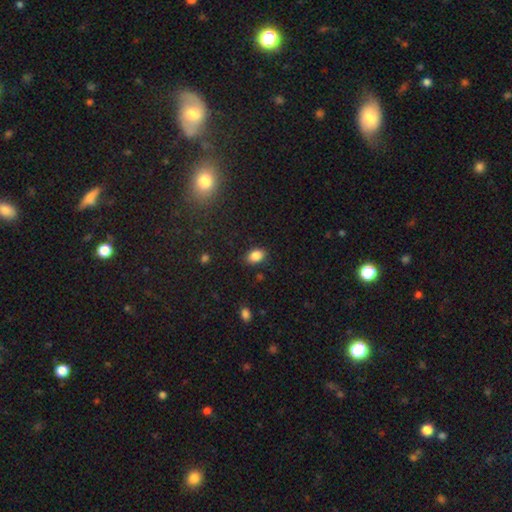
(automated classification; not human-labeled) smooth_or_featured: smooth (p=0.86) [alt: star or artifact p=0.09]
how_rounded: in between (p=0.83) [alt: round p=0.16]
merging: none (p=0.85) [alt: minor disturbance p=0.11]